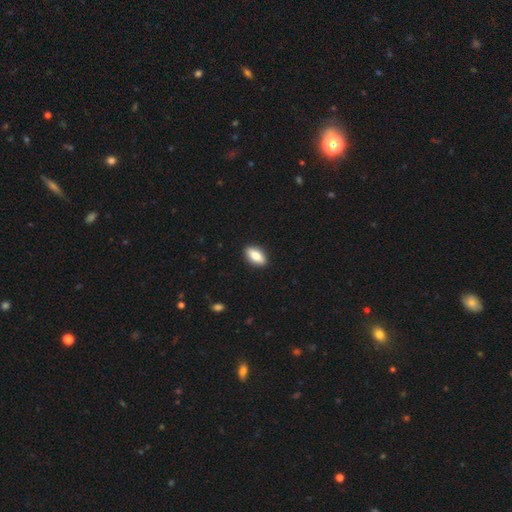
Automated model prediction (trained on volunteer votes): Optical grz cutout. It shows a smooth galaxy with no disk features (77%) that is in between round and cigar-shaped (88%). Merging: none (90%).